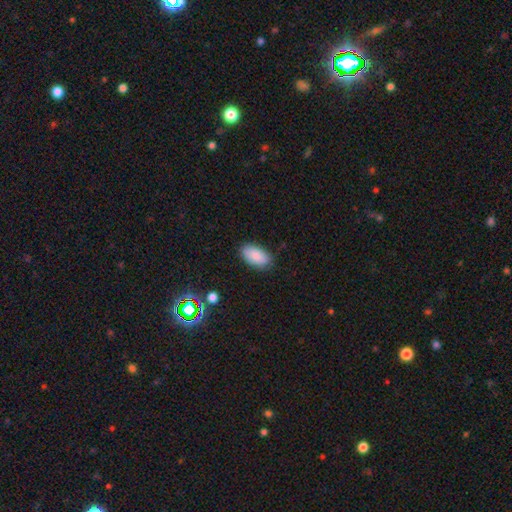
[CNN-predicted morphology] Overall: smooth (86%). How rounded: in between (94%). Merging: none (84%).